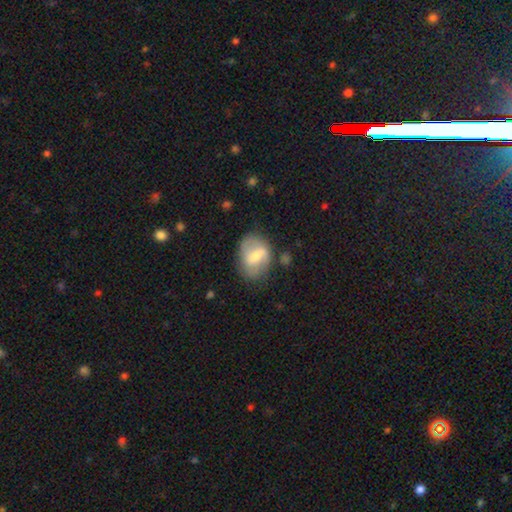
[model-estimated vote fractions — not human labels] Smooth or featured: featured or disk — 54% (smooth — 39%)
Edge-on disk: no — 96% (yes — 4%)
Bar: weak — 48% (strong — 35%)
Spiral arms: yes — 68% (no — 32%)
Bulge size: moderate — 50% (small — 39%)
Merging: none — 66% (minor disturbance — 22%)